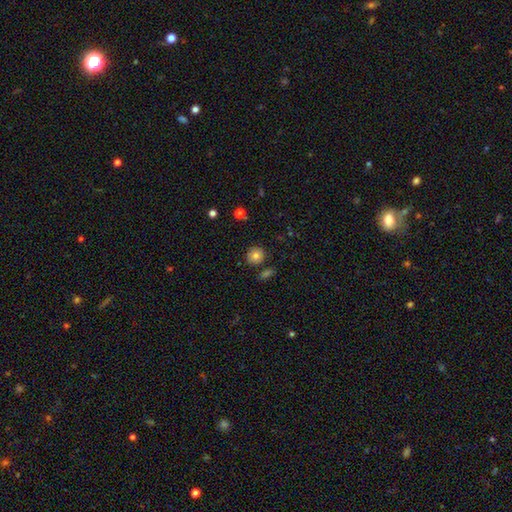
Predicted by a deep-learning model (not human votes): Smooth or featured? smooth (80%)
How rounded? round (88%)
Merging? none (84%)